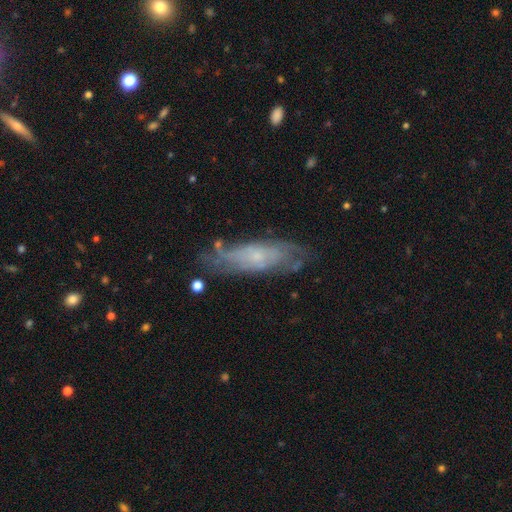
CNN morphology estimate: Smooth or featured?
  - featured or disk: 67% *
  - smooth: 25%
  - star or artifact: 7%
Edge-on disk?
  - no: 75% *
  - yes: 25%
Bar?
  - no: 75% *
  - weak: 21%
  - strong: 4%
Spiral arms?
  - yes: 78% *
  - no: 22%
Bulge size?
  - small: 71% *
  - moderate: 18%
  - none: 8%
  - large: 1%
  - dominant: 1%
Merging?
  - none: 66% *
  - minor disturbance: 22%
  - major disturbance: 9%
  - merger: 3%